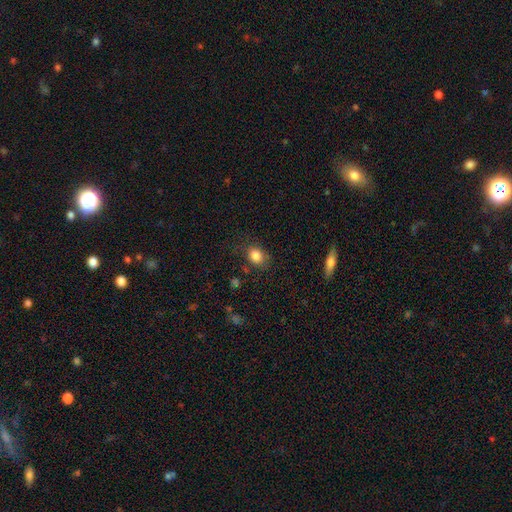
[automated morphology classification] smooth 84%, star or artifact 10%, featured or disk 6%. Down the decision tree: how rounded — round (54%); merging — none (76%).